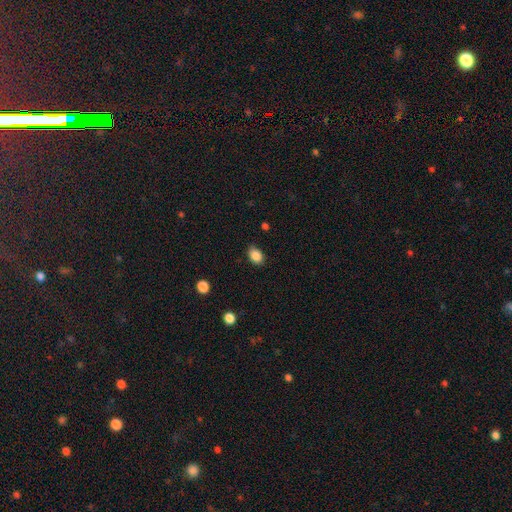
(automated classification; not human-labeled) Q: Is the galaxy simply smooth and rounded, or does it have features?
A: smooth — 86%.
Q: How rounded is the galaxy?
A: in between — 78%.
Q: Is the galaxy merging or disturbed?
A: none — 83%.